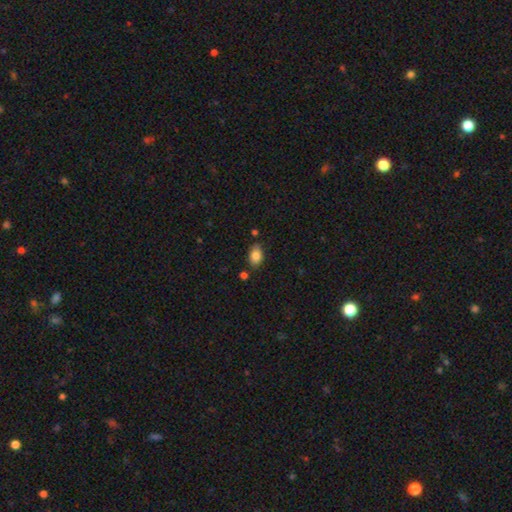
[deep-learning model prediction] Smooth or featured: smooth — 84% (star or artifact — 8%)
How rounded: in between — 86% (round — 12%)
Merging: none — 78% (minor disturbance — 15%)